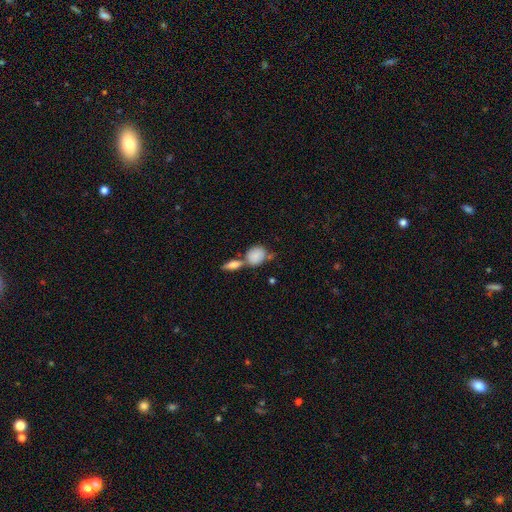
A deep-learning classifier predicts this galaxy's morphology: smooth_or_featured: smooth (p=0.84) [alt: featured or disk p=0.09]
how_rounded: round (p=0.53) [alt: in between p=0.44]
merging: merger (p=0.43) [alt: none p=0.39]